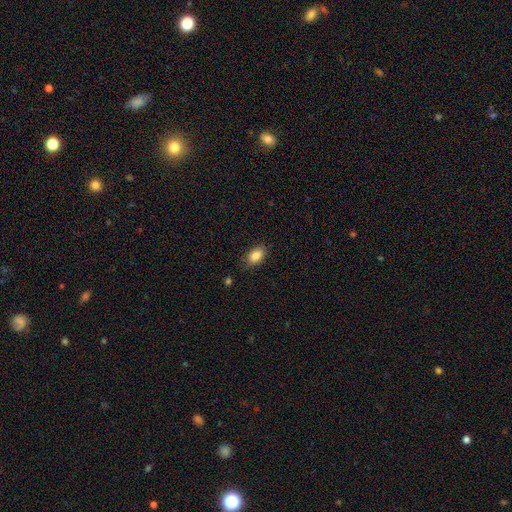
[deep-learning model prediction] smooth-or-featured: smooth: 86% | star or artifact: 8% | featured or disk: 6%
  how-rounded: in between: 88% | round: 9% | cigar-shaped: 3%
  merging: none: 83% | minor disturbance: 13% | major disturbance: 3% | merger: 1%